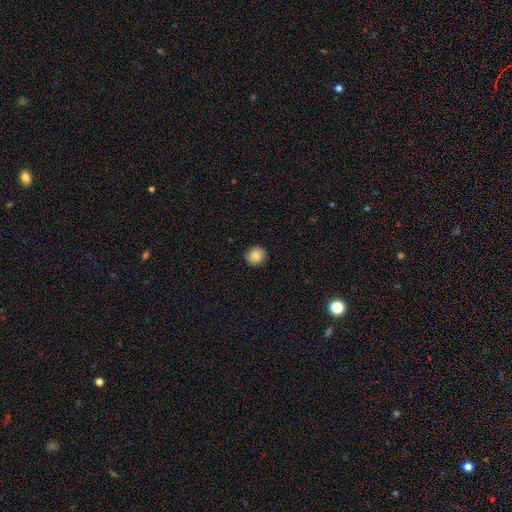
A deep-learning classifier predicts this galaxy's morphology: Smooth or featured: smooth — 85% (star or artifact — 9%)
How rounded: round — 84% (in between — 15%)
Merging: none — 91% (minor disturbance — 6%)